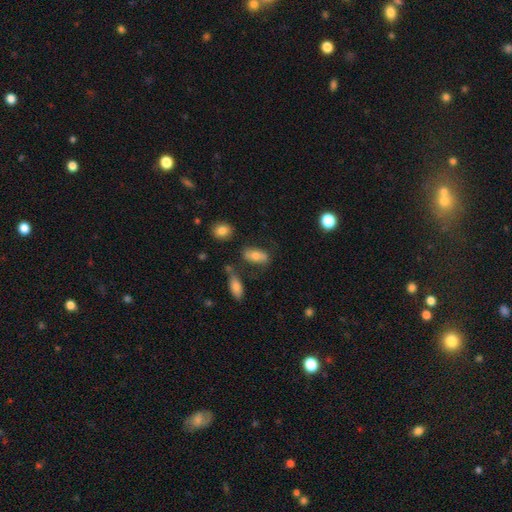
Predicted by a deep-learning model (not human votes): Smooth or featured?
  - smooth: 70% *
  - featured or disk: 20%
  - star or artifact: 9%
How rounded?
  - in between: 84% *
  - cigar-shaped: 11%
  - round: 5%
Merging?
  - none: 67% *
  - minor disturbance: 19%
  - merger: 7%
  - major disturbance: 7%